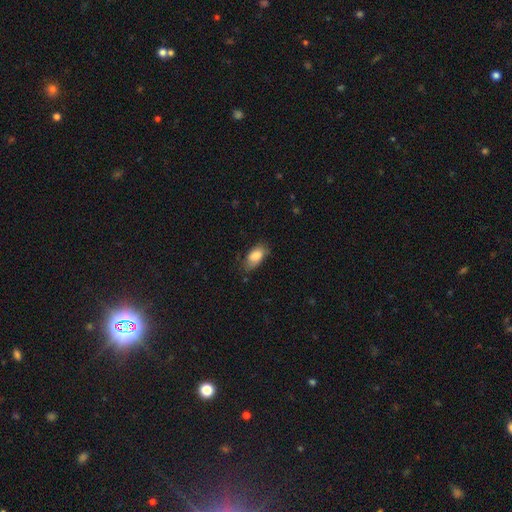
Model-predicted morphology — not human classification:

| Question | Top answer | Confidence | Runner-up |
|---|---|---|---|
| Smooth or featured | smooth | 83% | featured or disk (10%) |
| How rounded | in between | 91% | cigar-shaped (5%) |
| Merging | none | 65% | minor disturbance (27%) |